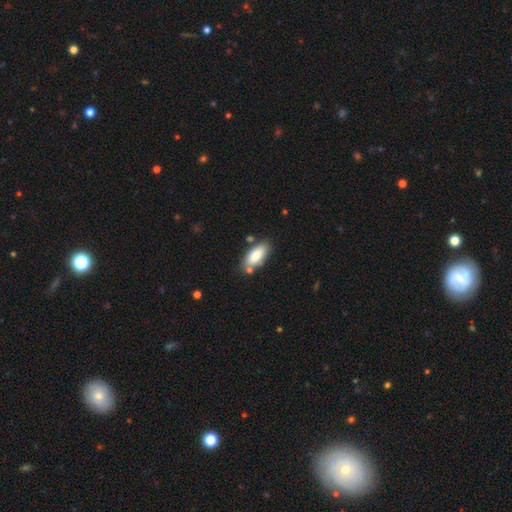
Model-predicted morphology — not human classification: smooth-or-featured: smooth: 81% | featured or disk: 13% | star or artifact: 6%
  how-rounded: in between: 86% | cigar-shaped: 12% | round: 2%
  merging: none: 74% | minor disturbance: 14% | merger: 9% | major disturbance: 3%